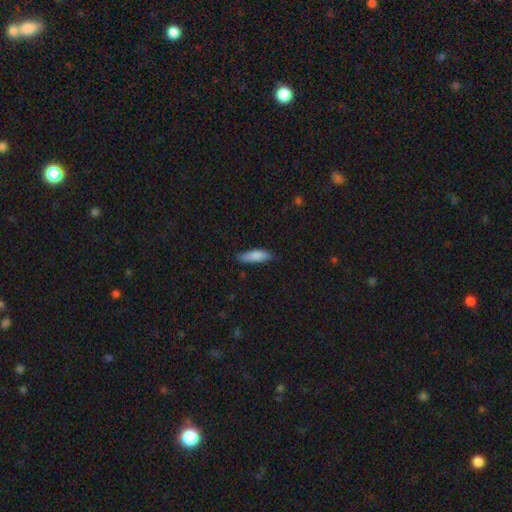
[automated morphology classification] type=smooth (83%); roundness=cigar-shaped (54%); merging=none (76%).